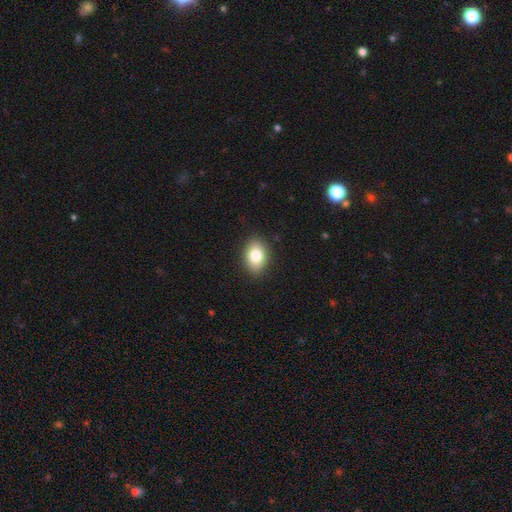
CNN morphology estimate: Smooth or featured? smooth (82%)
How rounded? in between (80%)
Merging? none (88%)